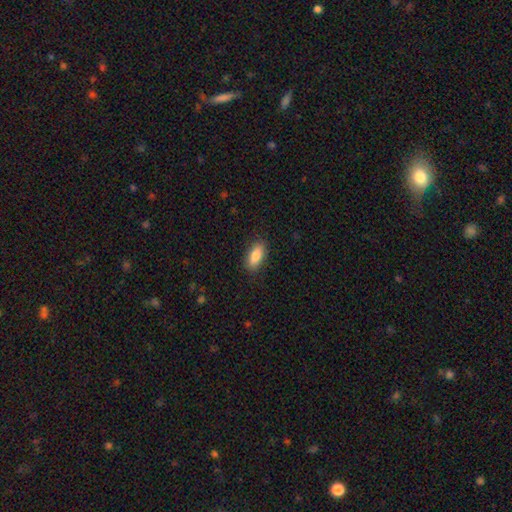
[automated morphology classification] type=smooth (84%); roundness=in between (85%); merging=none (87%).